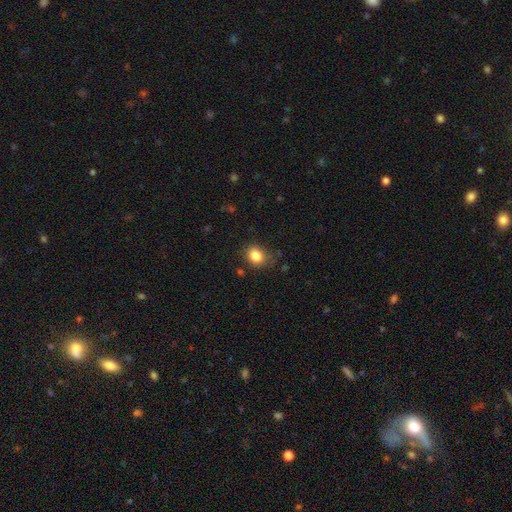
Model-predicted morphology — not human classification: Q: Smooth or featured?
A: smooth (84%); runner-up: star or artifact (10%)
Q: How rounded?
A: round (53%); runner-up: in between (47%)
Q: Merging?
A: none (76%); runner-up: minor disturbance (17%)